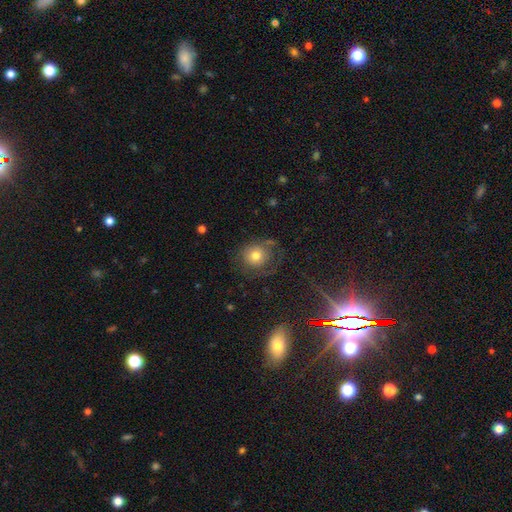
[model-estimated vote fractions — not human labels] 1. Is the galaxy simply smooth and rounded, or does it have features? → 66% smooth, 22% featured or disk, 12% star or artifact.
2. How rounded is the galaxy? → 83% round, 16% in between, 1% cigar-shaped.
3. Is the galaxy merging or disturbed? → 58% none, 21% minor disturbance, 19% major disturbance, 2% merger.